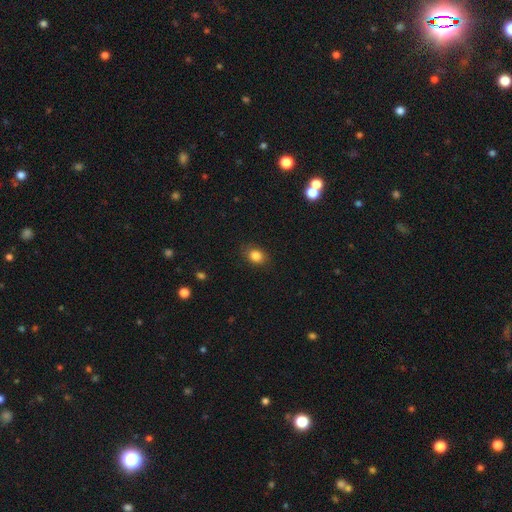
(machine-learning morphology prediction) A smooth galaxy with no disk features (84%) that is in between round and cigar-shaped (56%). Merging: none (84%).